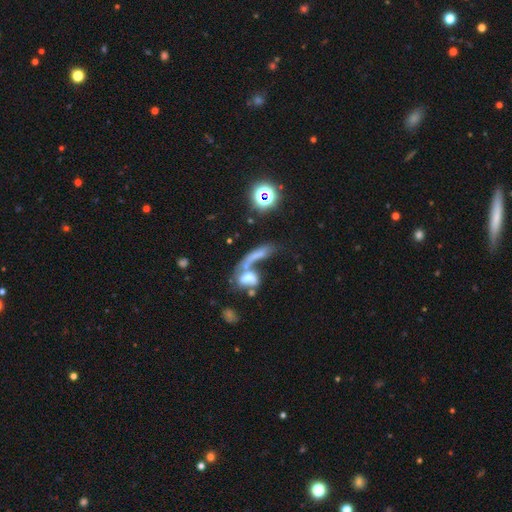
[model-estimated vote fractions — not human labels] Smooth or featured? smooth (53%)
How rounded? in between (50%)
Merging? merger (62%)